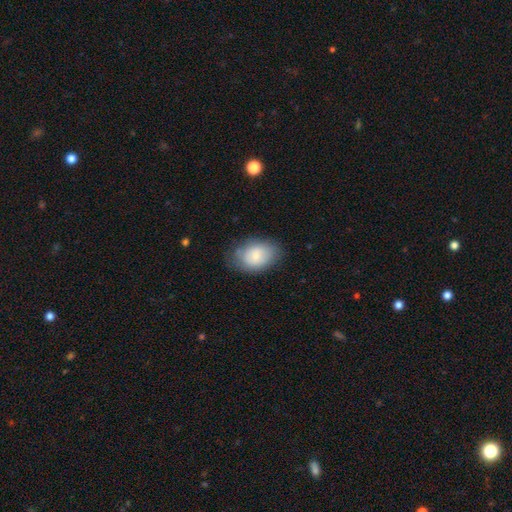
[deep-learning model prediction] Smooth or featured? Predicted: smooth (p=0.75). How rounded? Predicted: in between (p=0.81). Merging? Predicted: none (p=0.72).